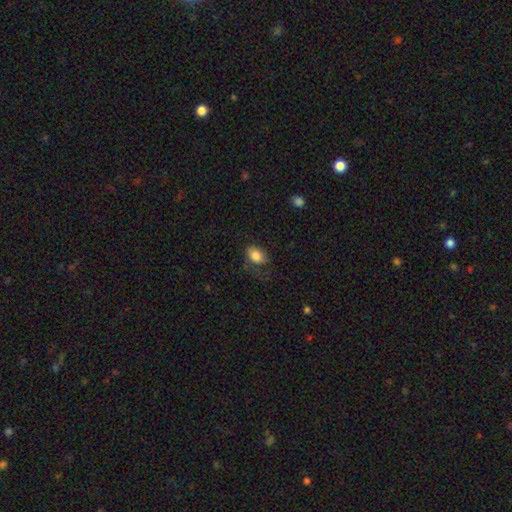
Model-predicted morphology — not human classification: This appears to be a smooth galaxy with no disk features (83%) that is in between round and cigar-shaped (85%). Merging: none (55%).